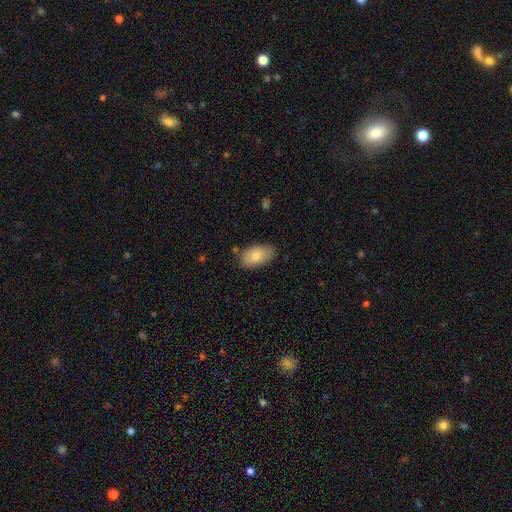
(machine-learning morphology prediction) smooth_or_featured: smooth (p=0.78) [alt: featured or disk p=0.15]
how_rounded: in between (p=0.93) [alt: round p=0.05]
merging: none (p=0.79) [alt: minor disturbance p=0.16]